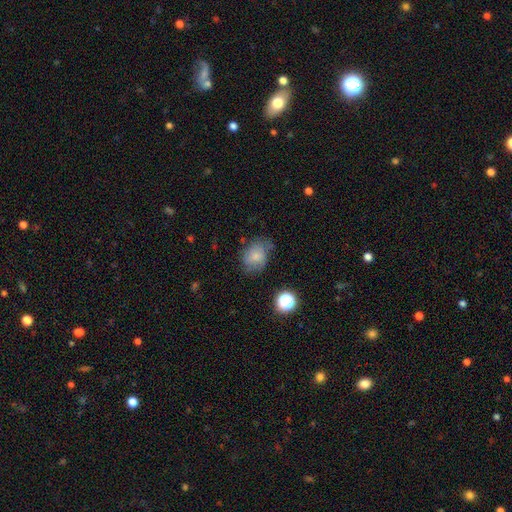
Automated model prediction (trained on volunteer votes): Overall: smooth (71%). How rounded: in between (56%; round 43%). Merging: none (53%; minor disturbance 30%).